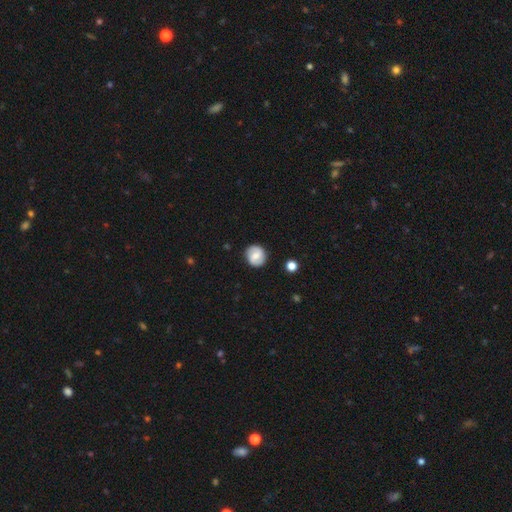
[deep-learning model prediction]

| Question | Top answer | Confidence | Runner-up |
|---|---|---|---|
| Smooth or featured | featured or disk | 48% | smooth (45%) |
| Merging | none | 87% | minor disturbance (9%) |